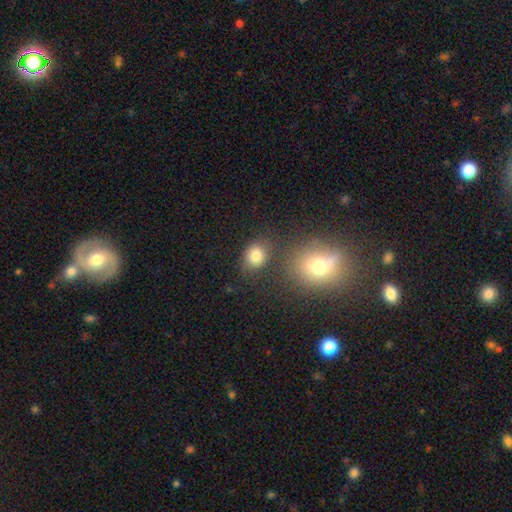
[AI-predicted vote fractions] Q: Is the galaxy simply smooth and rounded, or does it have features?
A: smooth — 80%.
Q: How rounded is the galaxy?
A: round — 58%.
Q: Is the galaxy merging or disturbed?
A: none — 72%.